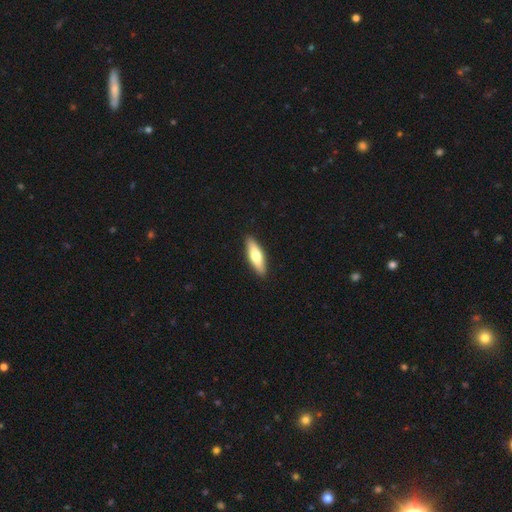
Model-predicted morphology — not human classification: A smooth galaxy with no disk features (66%) that is cigar-shaped (54%). Merging: none (90%).